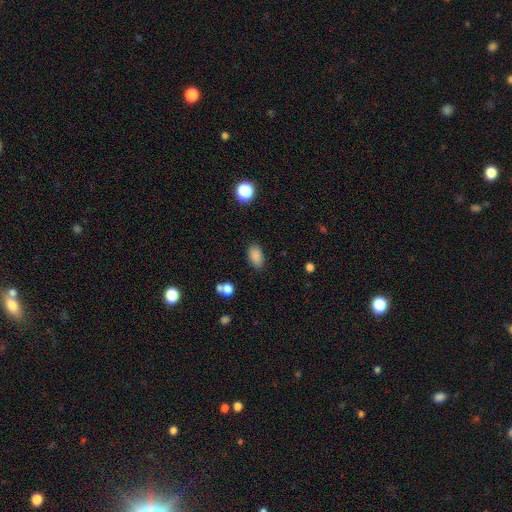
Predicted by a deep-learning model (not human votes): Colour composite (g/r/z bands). It shows a smooth galaxy with no disk features (86%) that is in between round and cigar-shaped (92%). Merging: none (85%).